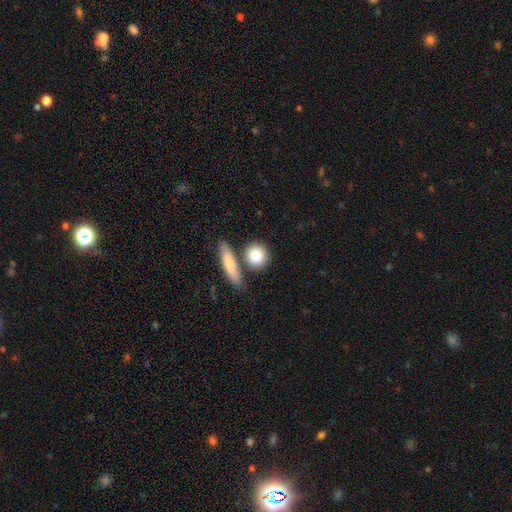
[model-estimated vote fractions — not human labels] Overall: smooth (83%). How rounded: round (72%). Merging: none (71%).